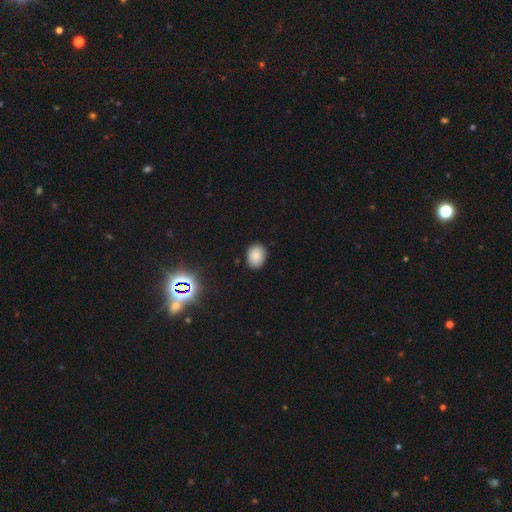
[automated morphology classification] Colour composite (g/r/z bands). It shows a smooth galaxy with no disk features (85%) that is in between round and cigar-shaped (54%). Merging: none (87%).